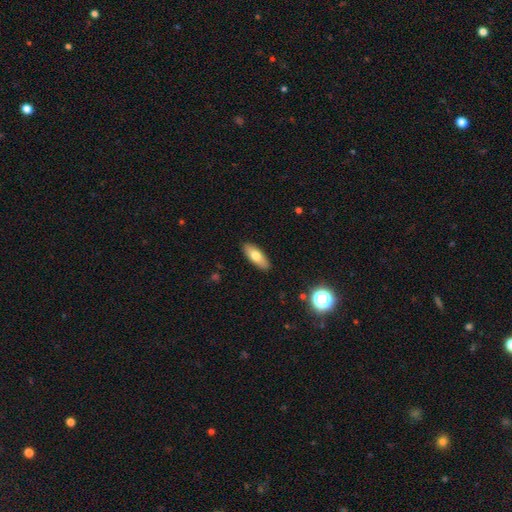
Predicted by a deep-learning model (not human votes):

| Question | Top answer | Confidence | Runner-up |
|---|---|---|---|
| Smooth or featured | smooth | 73% | featured or disk (20%) |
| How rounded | in between | 70% | cigar-shaped (28%) |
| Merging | none | 89% | minor disturbance (8%) |